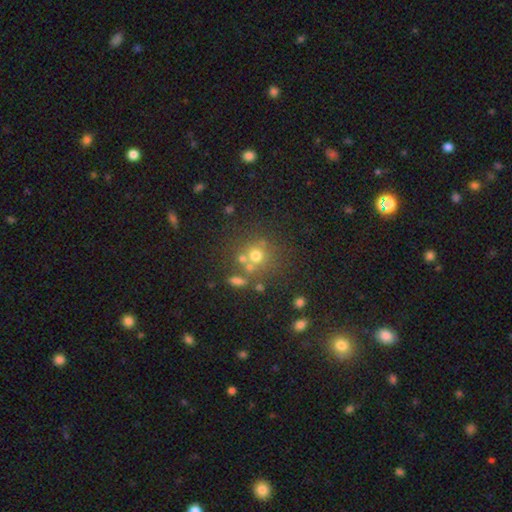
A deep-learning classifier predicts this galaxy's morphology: This appears to be a smooth galaxy with no disk features (64%) that is round (88%). Merging: none (63%).